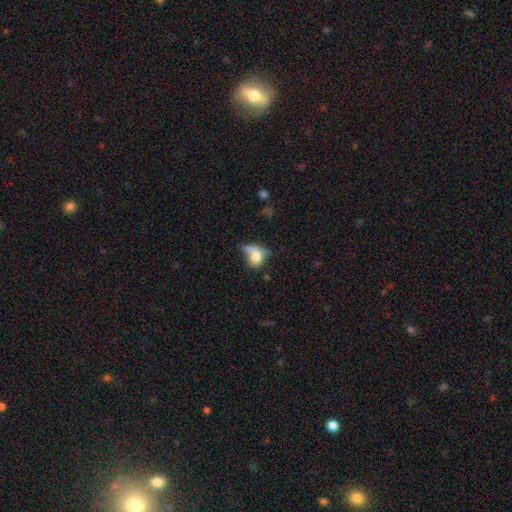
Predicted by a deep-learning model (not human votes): smooth-or-featured: smooth: 68% | featured or disk: 20% | star or artifact: 11%
  how-rounded: in between: 57% | round: 38% | cigar-shaped: 4%
  merging: none: 31% | major disturbance: 26% | minor disturbance: 23% | merger: 20%